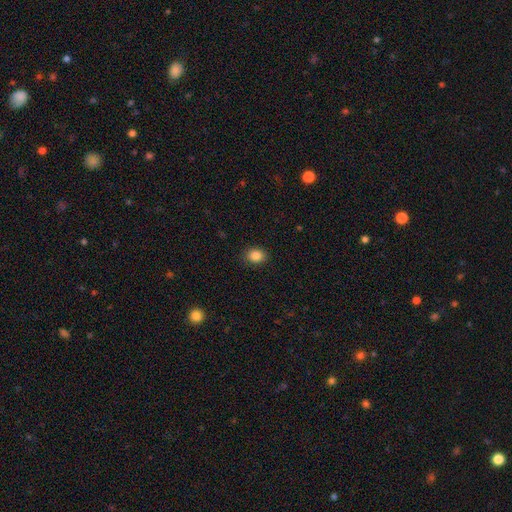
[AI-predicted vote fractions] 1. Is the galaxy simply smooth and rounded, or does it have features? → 86% smooth, 10% star or artifact, 4% featured or disk.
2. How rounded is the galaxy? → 56% in between, 43% round, 1% cigar-shaped.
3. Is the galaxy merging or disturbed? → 88% none, 9% minor disturbance, 2% major disturbance, 1% merger.